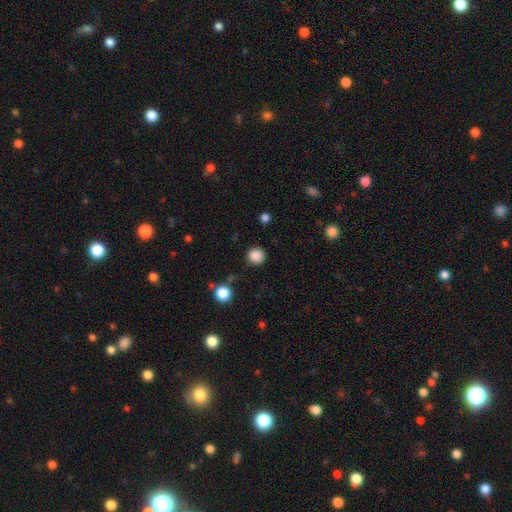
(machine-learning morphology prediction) This is clearly a smooth galaxy (86%). How rounded: clearly round (90%). Merging: clearly none (87%).